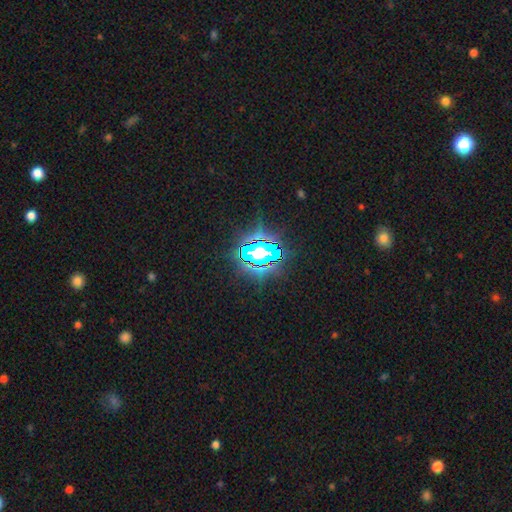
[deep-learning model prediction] A star or artifact, not a galaxy (72%).